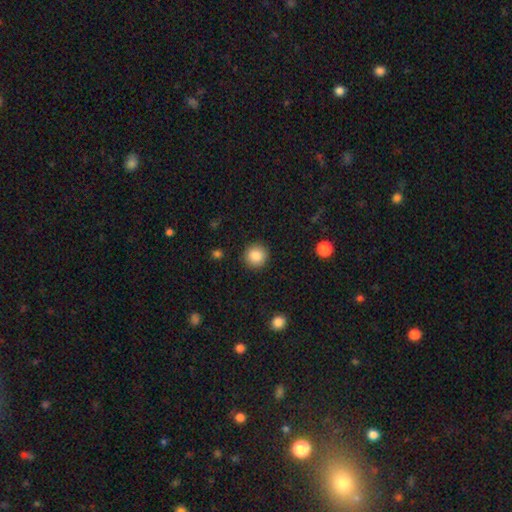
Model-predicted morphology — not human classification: Smooth or featured? smooth (86%)
How rounded? round (94%)
Merging? none (91%)